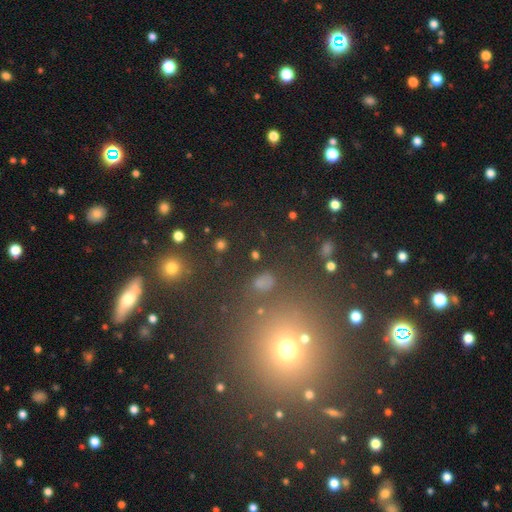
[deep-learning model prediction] The model was most divided on "smooth or featured": star or artifact: 50%, smooth: 38%, featured or disk: 12%.